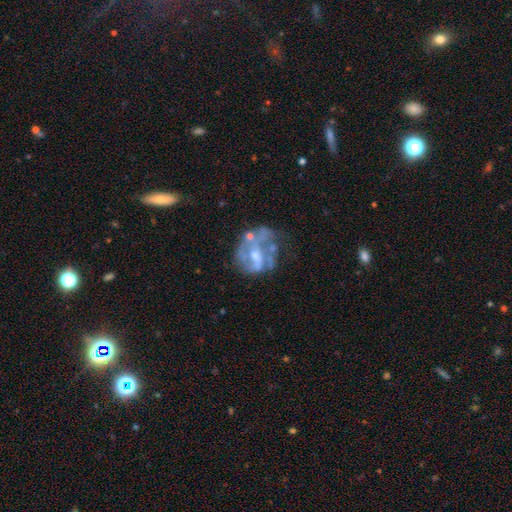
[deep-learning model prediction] The model was most divided on "spiral arms": yes: 51%, no: 49%. Remaining: edge-on disk — no (98%); smooth or featured — featured or disk (73%); bar — no (54%); bulge size — moderate (43%); merging — none (36%).